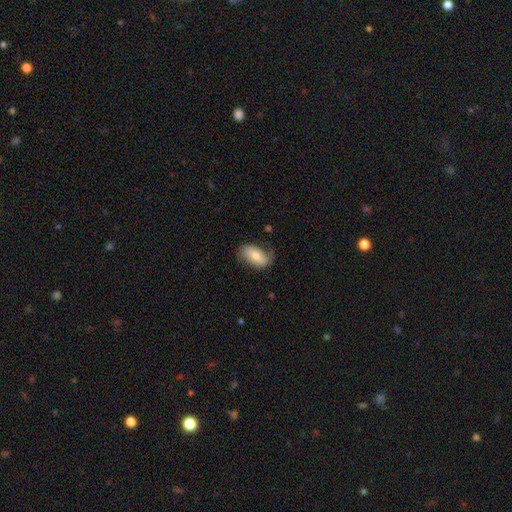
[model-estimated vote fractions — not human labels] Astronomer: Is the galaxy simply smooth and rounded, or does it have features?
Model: smooth — 68%.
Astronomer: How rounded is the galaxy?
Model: in between — 92%.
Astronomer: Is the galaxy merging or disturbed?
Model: none — 65%.